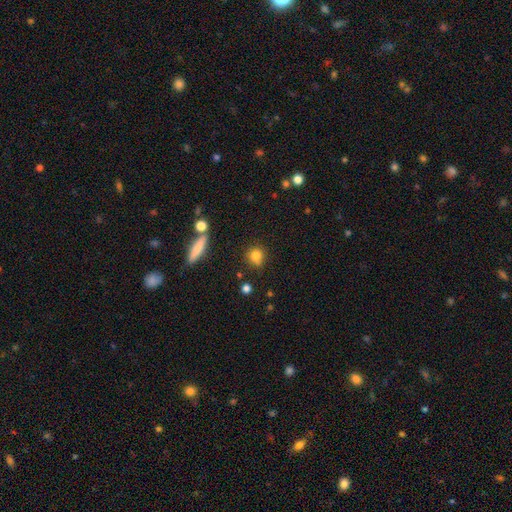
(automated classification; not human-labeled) Smooth or featured? Predicted: smooth (p=0.81). How rounded? Predicted: round (p=0.74). Merging? Predicted: none (p=0.72).